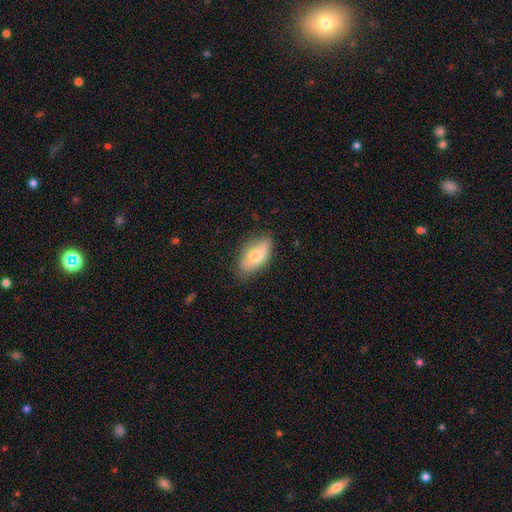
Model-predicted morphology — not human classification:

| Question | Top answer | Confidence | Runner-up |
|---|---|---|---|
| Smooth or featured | smooth | 67% | featured or disk (26%) |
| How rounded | in between | 90% | cigar-shaped (6%) |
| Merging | none | 67% | minor disturbance (25%) |